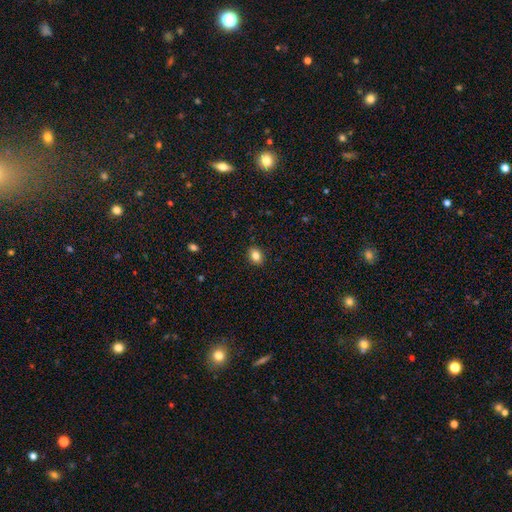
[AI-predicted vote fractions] smooth 84%, star or artifact 10%, featured or disk 6%. Down the decision tree: how rounded — in between (63%); merging — none (90%).